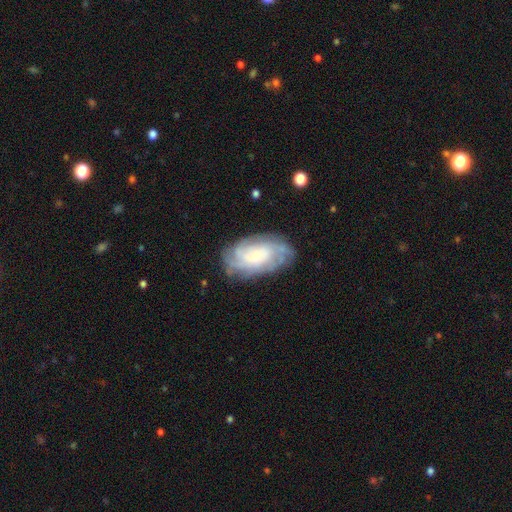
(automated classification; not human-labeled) This is likely a featured or disk galaxy (76%). It is clearly not viewed edge-on (95%). Bar: likely no (72%). Spiral arm pattern: clearly yes (93%). Spiral arm count: marginally can't tell (43%). Spiral winding: likely tight (65%). Central bulge: likely small (61%). Merging: likely none (76%).